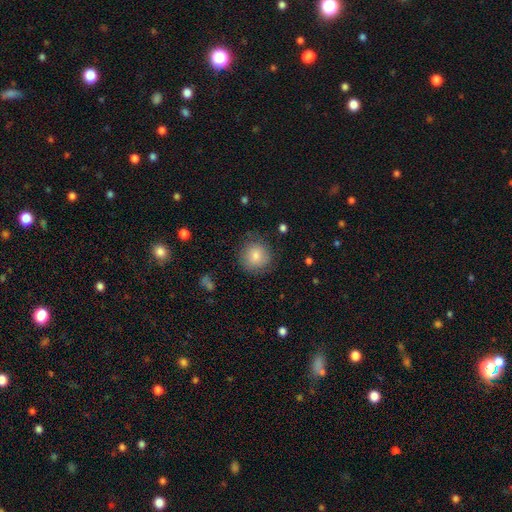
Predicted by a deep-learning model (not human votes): Morphology: type=smooth (83%); roundness=round (91%); merging=none (82%).